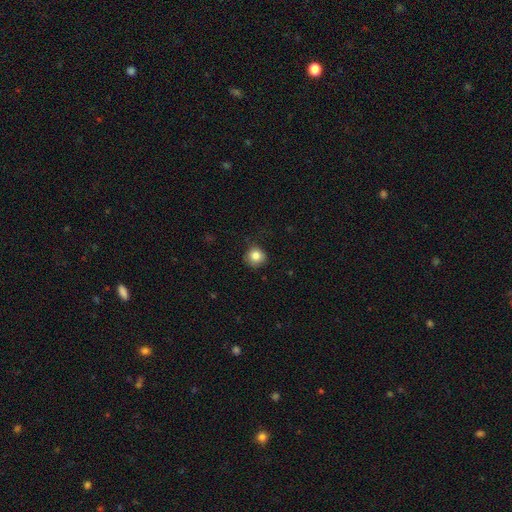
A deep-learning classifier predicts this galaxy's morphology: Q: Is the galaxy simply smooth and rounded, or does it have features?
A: smooth — 84%.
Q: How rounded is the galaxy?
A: round — 89%.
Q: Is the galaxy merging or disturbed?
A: none — 75%.